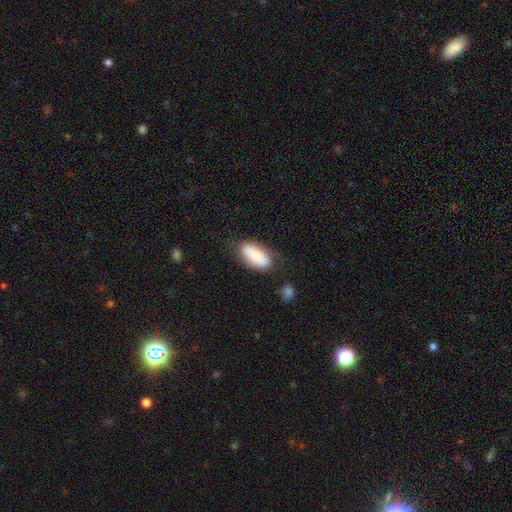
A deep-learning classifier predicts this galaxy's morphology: type=smooth (63%); roundness=in between (90%); merging=none (68%).